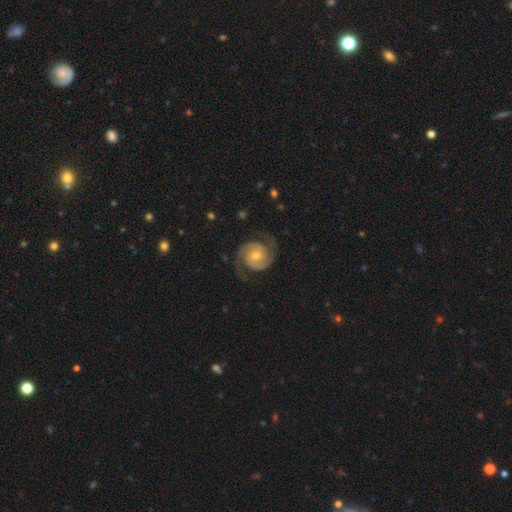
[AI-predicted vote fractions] This is clearly a featured or disk galaxy (89%). It is clearly not viewed edge-on (98%). Bar: likely no (66%). Spiral arm pattern: clearly yes (98%). Spiral arm count: clearly 2 (93%). Spiral winding: possibly medium (47%). Central bulge: possibly moderate (54%). Merging: clearly none (80%).